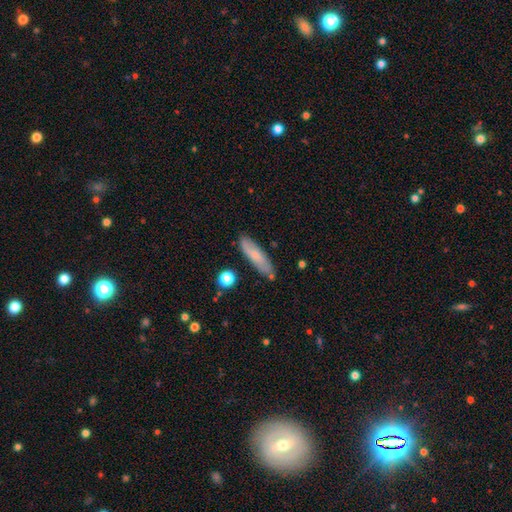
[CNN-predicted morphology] smooth-or-featured: smooth: 64% | featured or disk: 29% | star or artifact: 7%
  how-rounded: cigar-shaped: 64% | in between: 34% | round: 2%
  merging: none: 79% | minor disturbance: 15% | merger: 4% | major disturbance: 3%